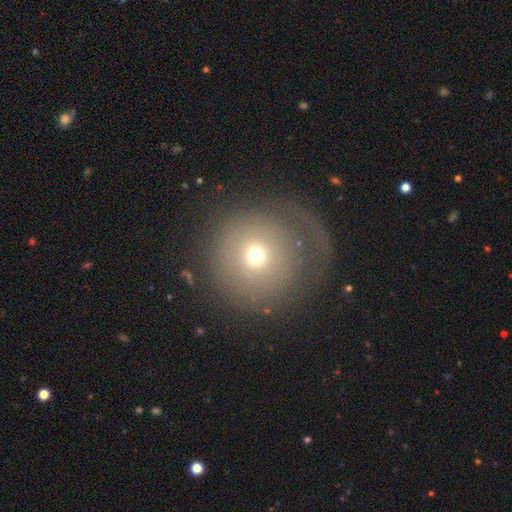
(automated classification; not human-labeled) Overall: smooth (64%). How rounded: round (93%). Merging: none (65%).